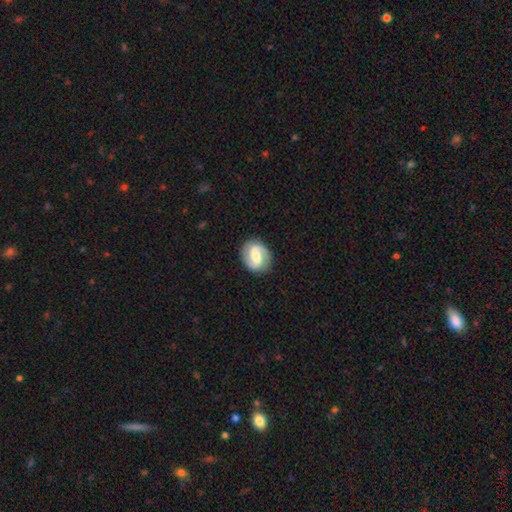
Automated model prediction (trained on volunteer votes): Smooth or featured: featured or disk — 79% (smooth — 16%)
Edge-on disk: no — 98% (yes — 2%)
Bar: weak — 46% (strong — 34%)
Spiral arms: yes — 94% (no — 6%)
Spiral winding: medium — 48% (tight — 27%)
Spiral arm count: 2 — 92% (can't tell — 3%)
Bulge size: moderate — 55% (small — 24%)
Merging: none — 87% (minor disturbance — 9%)